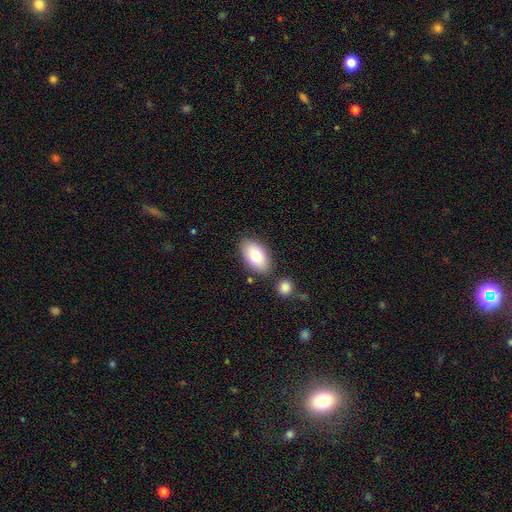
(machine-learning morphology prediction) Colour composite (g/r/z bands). It shows a smooth galaxy with no disk features (77%) that is in between round and cigar-shaped (93%). Merging: none (81%).